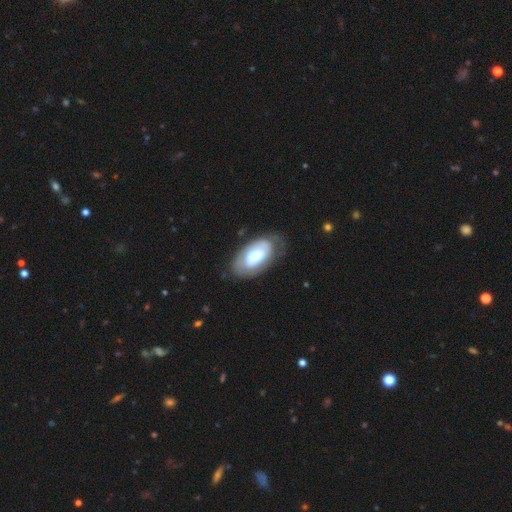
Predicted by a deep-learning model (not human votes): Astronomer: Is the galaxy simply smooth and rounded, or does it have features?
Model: featured or disk — 48% (runner-up: smooth, 46%).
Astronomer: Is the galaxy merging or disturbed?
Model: none — 70%.